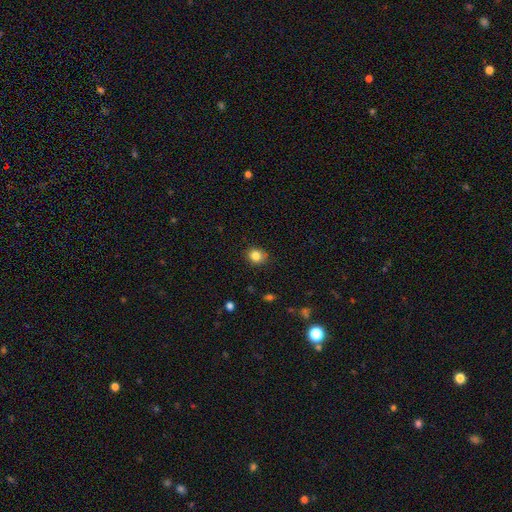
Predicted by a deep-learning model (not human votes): The model was most divided on "how rounded": round: 70%, in between: 29%, cigar-shaped: 1%. More confident: merging — none (87%); smooth or featured — smooth (84%).